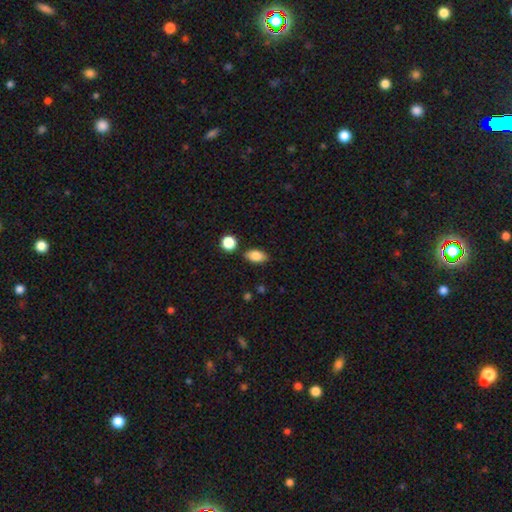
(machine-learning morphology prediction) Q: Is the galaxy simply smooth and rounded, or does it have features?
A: smooth — 85%.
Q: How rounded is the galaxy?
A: in between — 87%.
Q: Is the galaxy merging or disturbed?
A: none — 83%.